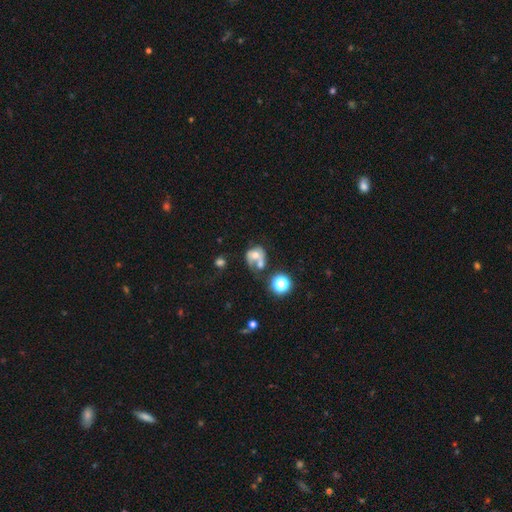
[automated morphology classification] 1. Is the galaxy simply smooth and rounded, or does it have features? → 47% smooth, 40% featured or disk, 13% star or artifact.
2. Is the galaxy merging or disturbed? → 50% merger, 20% none, 17% major disturbance, 13% minor disturbance.